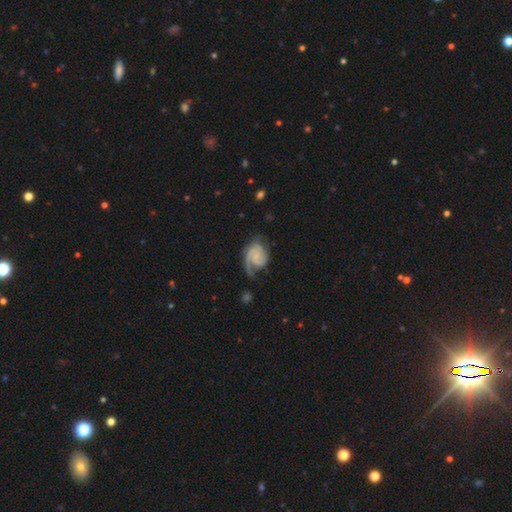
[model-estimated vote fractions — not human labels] smooth-or-featured: featured or disk: 76% | smooth: 18% | star or artifact: 6%
  disk-edge-on: no: 98% | yes: 2%
    bar: no: 64% | weak: 30% | strong: 5%
    has-spiral-arms: yes: 94% | no: 6%
      spiral-winding: medium: 42% | tight: 39% | loose: 19%
      spiral-arm-count: 2: 52% | 1: 30% | can't tell: 10% | 3: 5% | 4: 2% | more than 4: 2%
    bulge-size: small: 57% | none: 25% | moderate: 14% | large: 2% | dominant: 1%
  merging: none: 46% | minor disturbance: 26% | major disturbance: 25% | merger: 2%